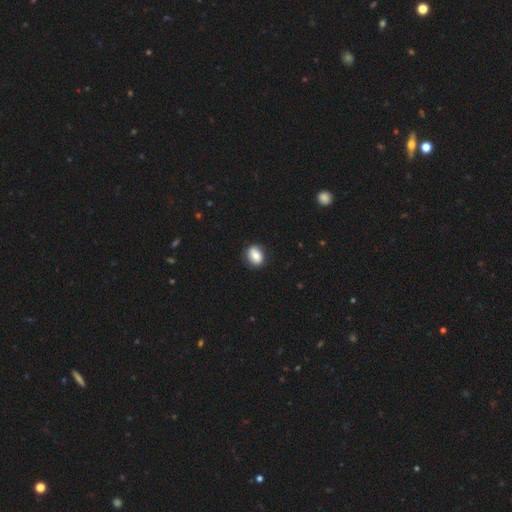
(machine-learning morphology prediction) Overall: smooth (76%). How rounded: in between (57%; round 42%). Merging: none (84%).